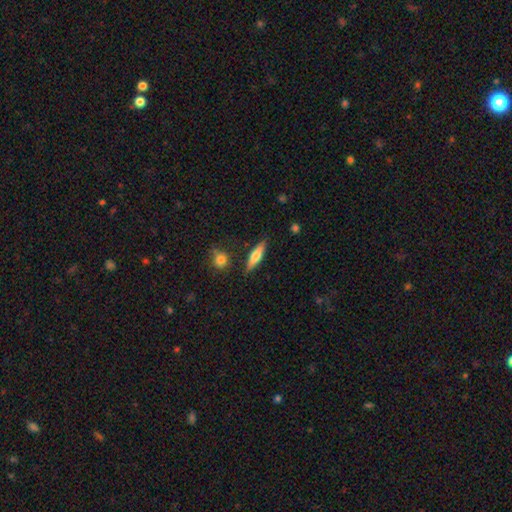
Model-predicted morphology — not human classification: The model was most divided on "smooth or featured": smooth: 58%, featured or disk: 36%, star or artifact: 6%. More confident: merging — none (85%); how rounded — cigar-shaped (71%).